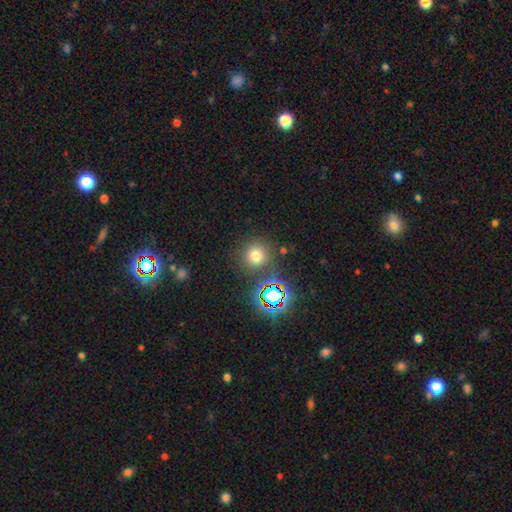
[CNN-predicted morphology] smooth 68%, star or artifact 24%, featured or disk 7%. Down the decision tree: how rounded — round (93%); merging — none (83%).